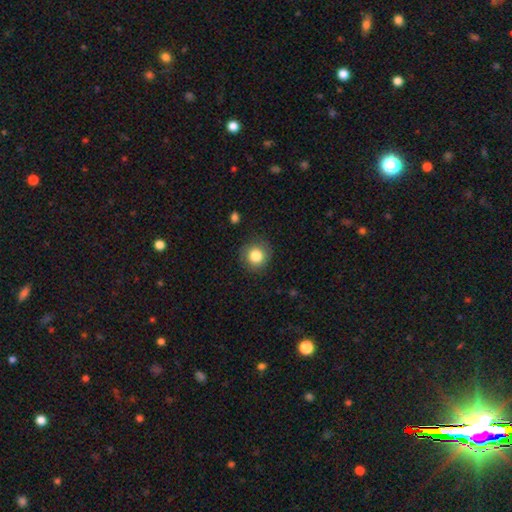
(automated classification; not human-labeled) This is clearly a smooth galaxy (83%). How rounded: clearly round (91%). Merging: clearly none (86%).